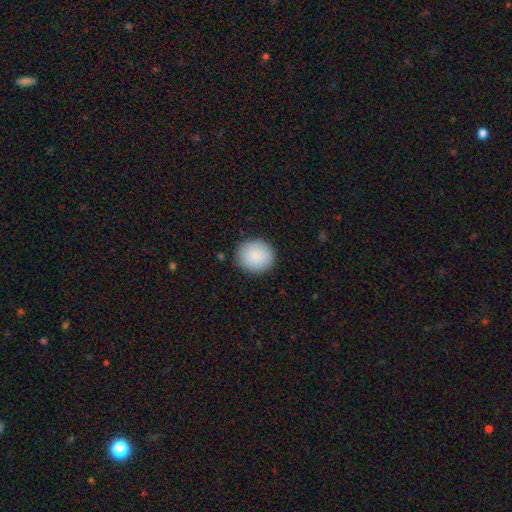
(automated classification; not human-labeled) smooth 88%, star or artifact 7%, featured or disk 5%. Down the decision tree: how rounded — round (85%); merging — none (88%).